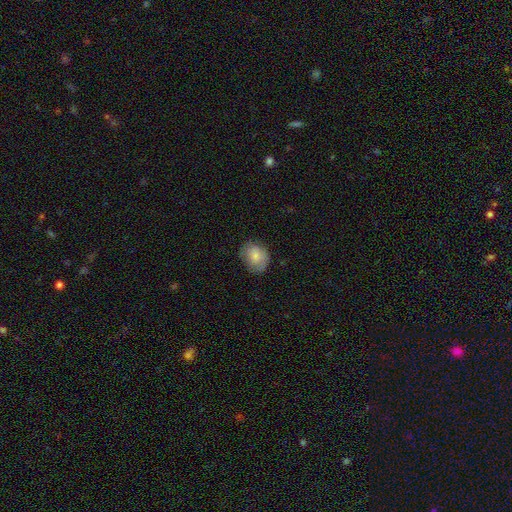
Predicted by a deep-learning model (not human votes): smooth_or_featured: smooth (p=0.77) [alt: featured or disk p=0.15]
how_rounded: in between (p=0.57) [alt: round p=0.43]
merging: none (p=0.69) [alt: minor disturbance p=0.23]